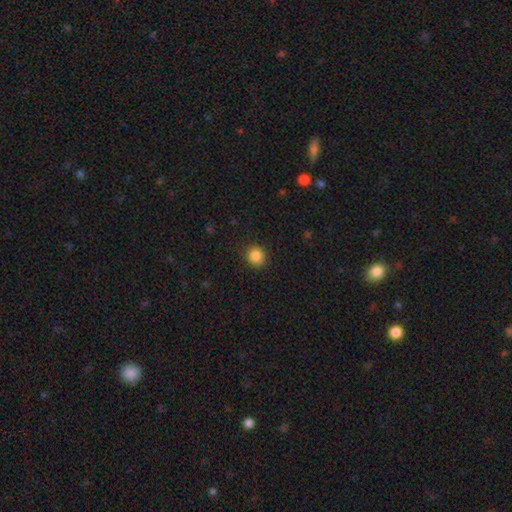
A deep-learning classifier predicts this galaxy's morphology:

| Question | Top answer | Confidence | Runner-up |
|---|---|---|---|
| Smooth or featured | smooth | 86% | star or artifact (10%) |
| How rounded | round | 79% | in between (20%) |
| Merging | none | 88% | minor disturbance (8%) |